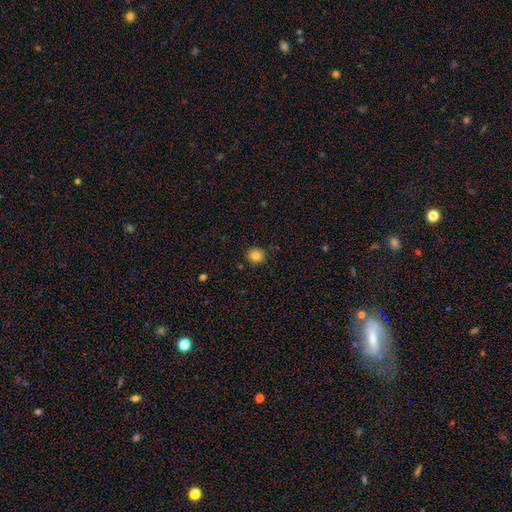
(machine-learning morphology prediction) The model was most divided on "smooth or featured": smooth: 83%, star or artifact: 11%, featured or disk: 6%. More confident: how rounded — round (89%); merging — none (88%).